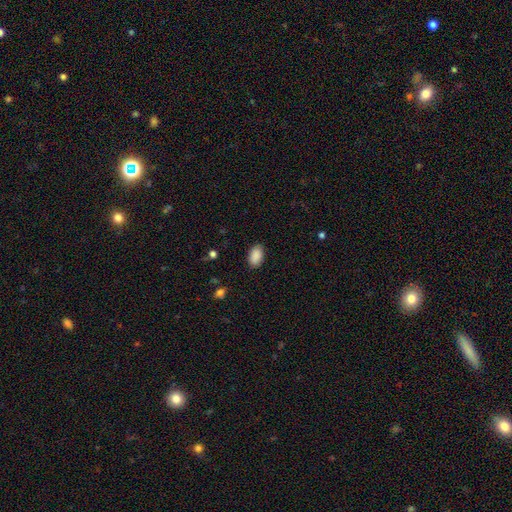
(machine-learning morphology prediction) A smooth galaxy with no disk features (90%) that is in between round and cigar-shaped (93%).

Vote fractions:
- Smooth or featured? smooth: 90% / star or artifact: 7% / featured or disk: 3%
- How rounded? in between: 93% / round: 6% / cigar-shaped: 1%
- Merging? none: 86% / minor disturbance: 10% / major disturbance: 3% / merger: 1%